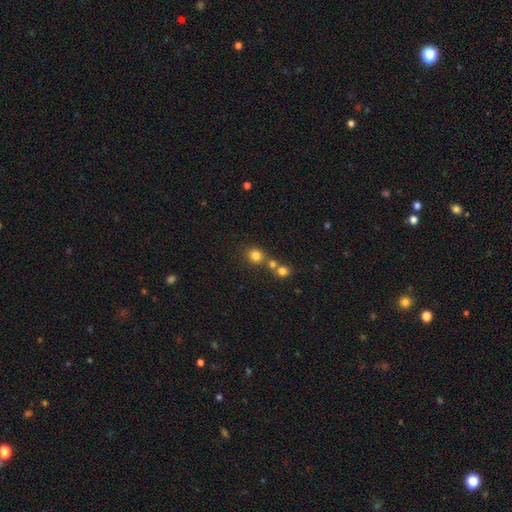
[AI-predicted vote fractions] The model was most divided on "merging": none: 61%, merger: 29%, minor disturbance: 8%, major disturbance: 3%. More confident: how rounded — round (85%); smooth or featured — smooth (80%).